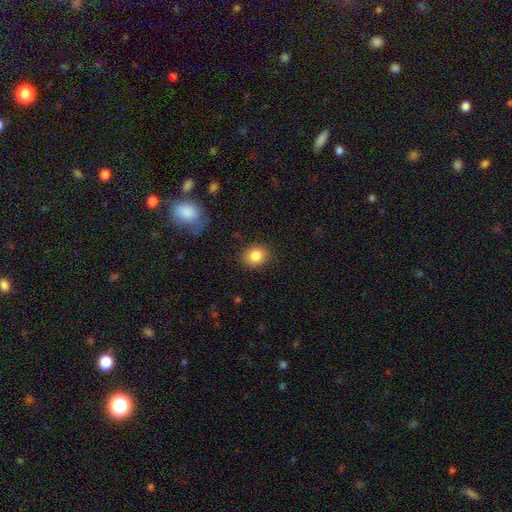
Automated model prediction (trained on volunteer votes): Overall: smooth (84%). How rounded: round (60%; in between 39%). Merging: none (86%).